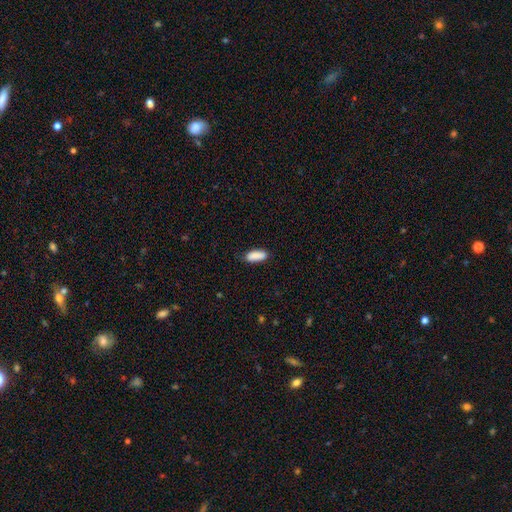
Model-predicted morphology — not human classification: Smooth or featured? smooth (89%)
How rounded? in between (73%)
Merging? none (82%)